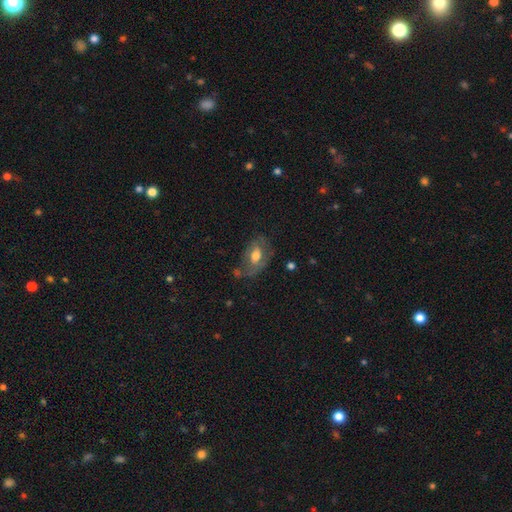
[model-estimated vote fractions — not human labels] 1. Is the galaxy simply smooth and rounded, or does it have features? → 49% smooth, 43% featured or disk, 8% star or artifact.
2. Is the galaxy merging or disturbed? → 47% none, 30% minor disturbance, 18% major disturbance, 5% merger.